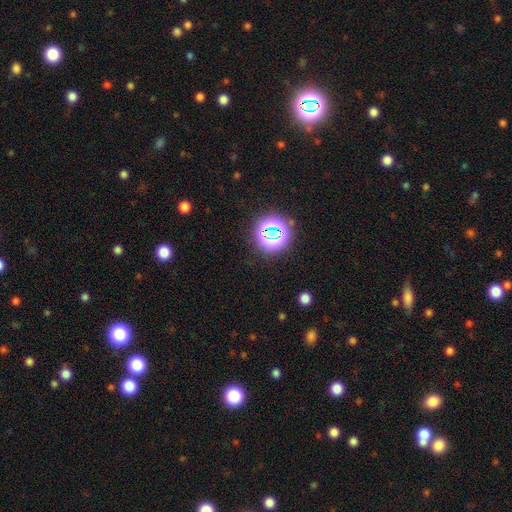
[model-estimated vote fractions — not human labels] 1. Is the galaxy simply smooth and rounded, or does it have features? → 72% star or artifact, 22% smooth, 6% featured or disk.